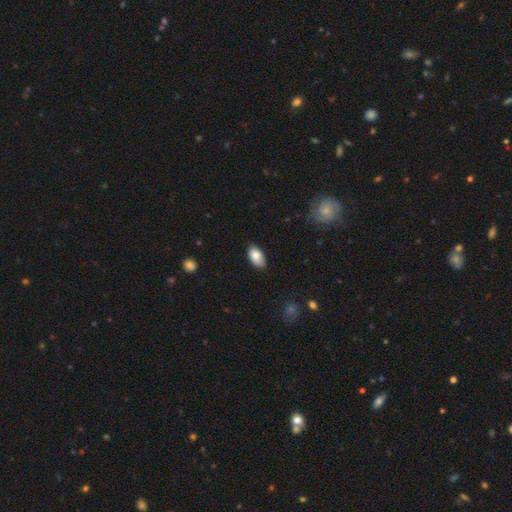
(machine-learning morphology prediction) Smooth or featured: smooth — 85% (featured or disk — 9%)
How rounded: in between — 94% (round — 4%)
Merging: none — 76% (minor disturbance — 20%)